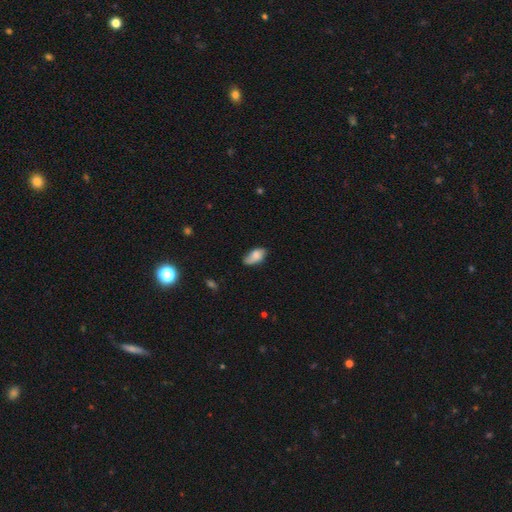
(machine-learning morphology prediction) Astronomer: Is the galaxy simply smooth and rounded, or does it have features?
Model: smooth — 77%.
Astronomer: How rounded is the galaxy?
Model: in between — 91%.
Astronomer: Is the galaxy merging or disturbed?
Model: none — 58%.